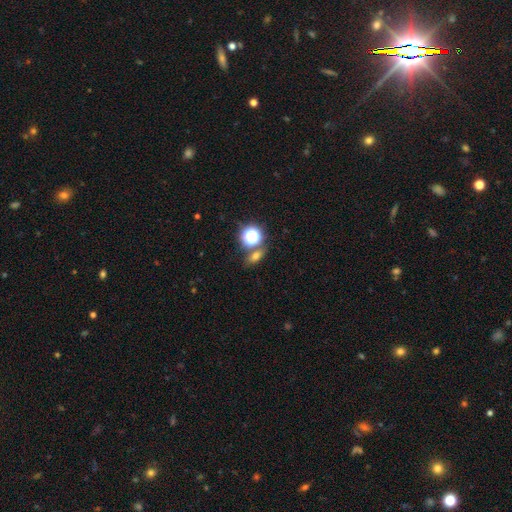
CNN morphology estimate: The model was most divided on "how rounded": in between: 57%, round: 34%, cigar-shaped: 9%. More confident: merging — none (71%); smooth or featured — smooth (59%).